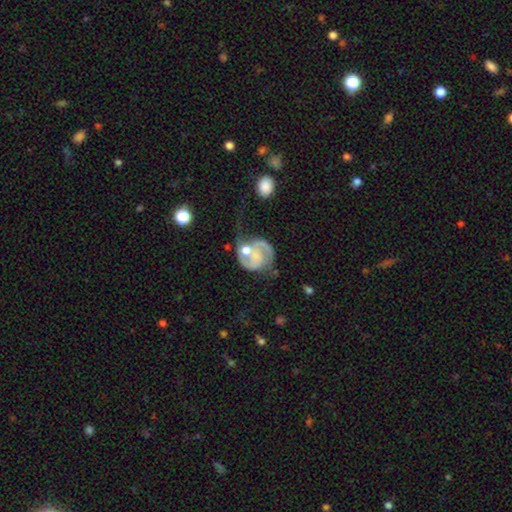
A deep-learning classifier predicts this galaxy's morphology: Overall: featured or disk (84%). Edge-on disk: no (98%). Bar: no (61%; weak 31%). Spiral arms: yes (94%). Spiral arm count: 2 (83%). Spiral winding: medium (49%; tight 27%). Bulge size: moderate (41%; small 30%). Merging: none (35%; major disturbance 27%).